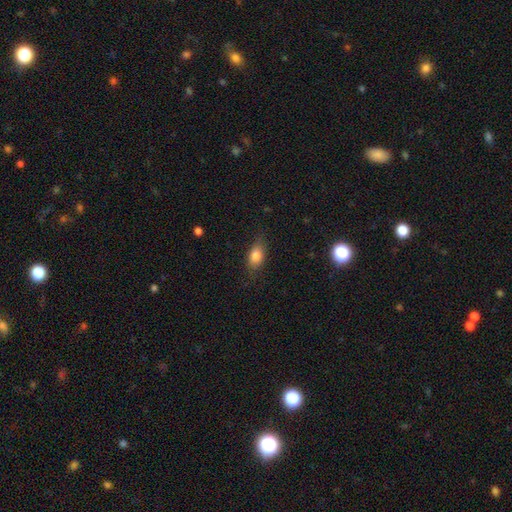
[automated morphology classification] Smooth or featured: smooth — 80% (featured or disk — 11%)
How rounded: in between — 82% (round — 10%)
Merging: none — 75% (minor disturbance — 18%)